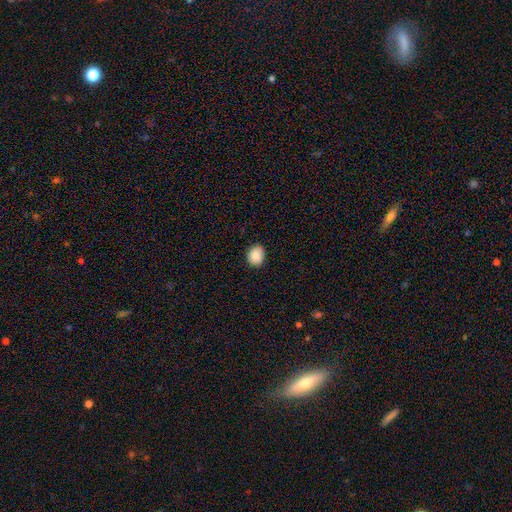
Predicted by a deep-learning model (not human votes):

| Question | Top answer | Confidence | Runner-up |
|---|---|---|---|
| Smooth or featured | smooth | 88% | star or artifact (8%) |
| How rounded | round | 58% | in between (41%) |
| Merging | none | 87% | minor disturbance (10%) |